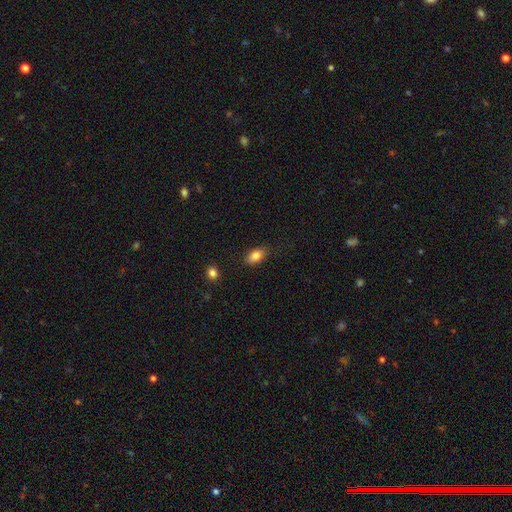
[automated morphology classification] This is clearly a smooth galaxy (83%). How rounded: clearly in between (88%). Merging: clearly none (82%).